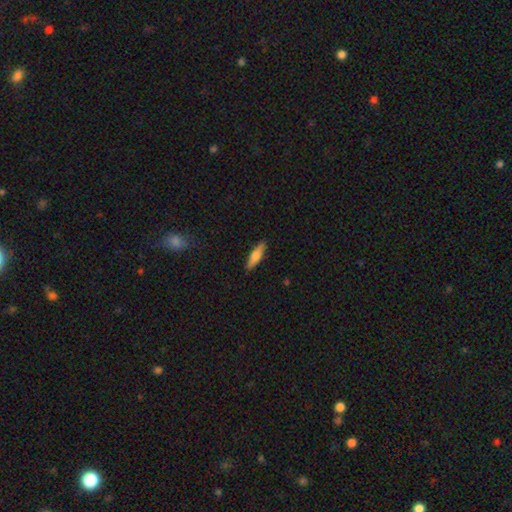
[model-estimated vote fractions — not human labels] This appears to be a smooth galaxy with no disk features (65%) that is cigar-shaped (68%). Merging: none (88%).